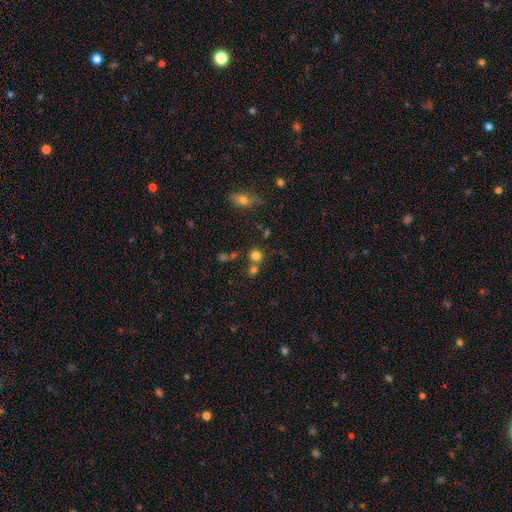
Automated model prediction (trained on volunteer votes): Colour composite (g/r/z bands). It shows a smooth galaxy with no disk features (76%) that is round (87%). Merging: none (60%).